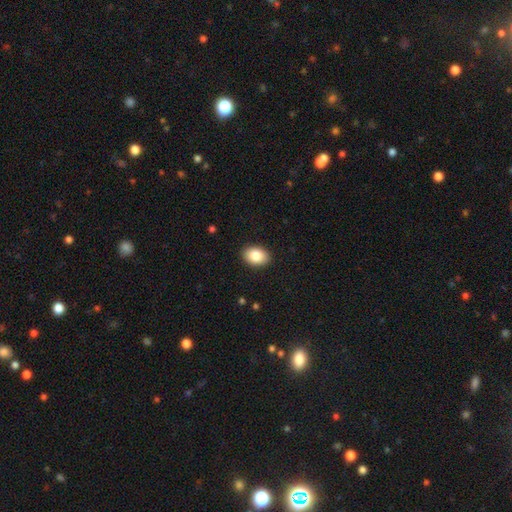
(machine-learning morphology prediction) type=smooth (86%); roundness=in between (81%); merging=none (90%).